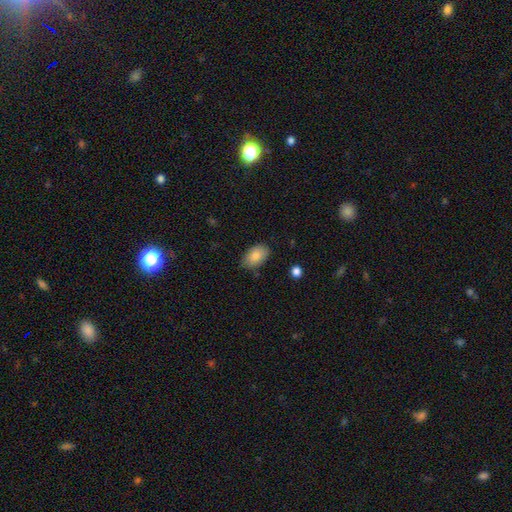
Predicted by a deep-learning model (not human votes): Smooth or featured? Predicted: smooth (p=0.85). How rounded? Predicted: in between (p=0.92). Merging? Predicted: none (p=0.80).